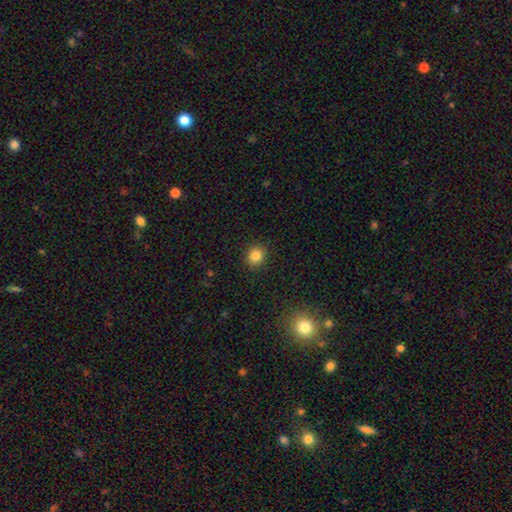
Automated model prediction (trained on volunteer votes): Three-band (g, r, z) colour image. It shows a smooth galaxy with no disk features (84%) that is round (83%). Merging: none (91%).